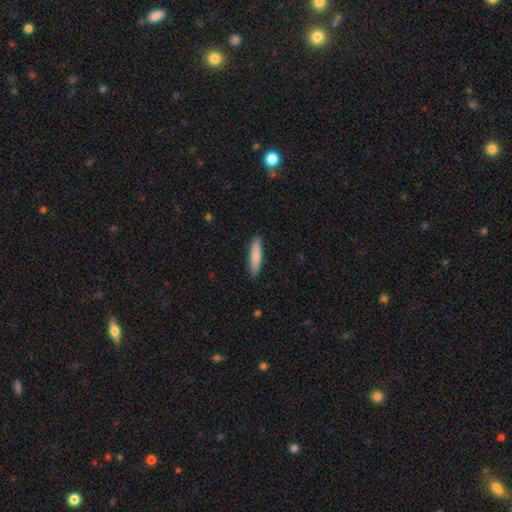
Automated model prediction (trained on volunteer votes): Smooth or featured: smooth — 81% (featured or disk — 13%)
How rounded: cigar-shaped — 80% (in between — 19%)
Merging: none — 89% (minor disturbance — 8%)